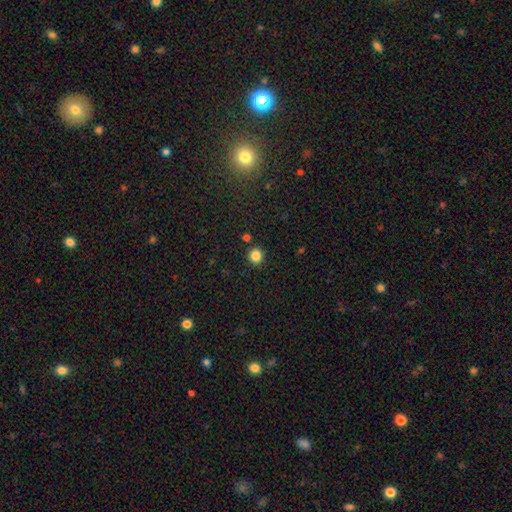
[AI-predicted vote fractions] Q: Smooth or featured?
A: smooth (84%); runner-up: star or artifact (12%)
Q: How rounded?
A: round (90%); runner-up: in between (9%)
Q: Merging?
A: none (89%); runner-up: minor disturbance (6%)